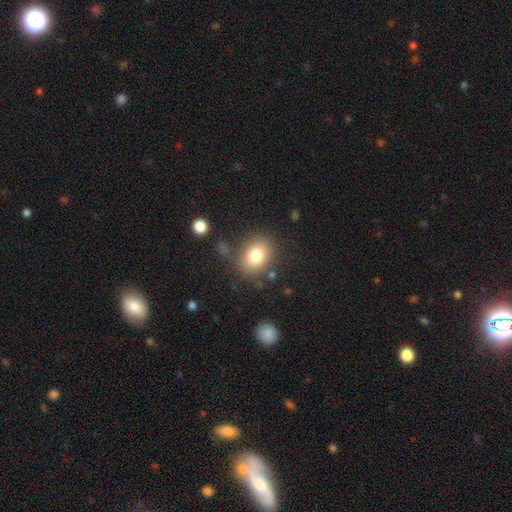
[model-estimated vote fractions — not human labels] The model was most divided on "how rounded": in between: 56%, round: 43%, cigar-shaped: 1%. More confident: smooth or featured — smooth (80%); merging — none (78%).